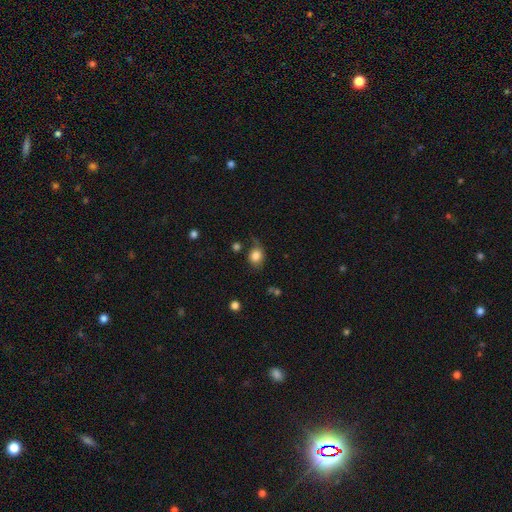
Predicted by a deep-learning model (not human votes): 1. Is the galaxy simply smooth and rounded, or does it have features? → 82% smooth, 10% star or artifact, 8% featured or disk.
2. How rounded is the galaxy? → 58% round, 41% in between, 1% cigar-shaped.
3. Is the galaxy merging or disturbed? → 60% none, 26% minor disturbance, 10% major disturbance, 4% merger.